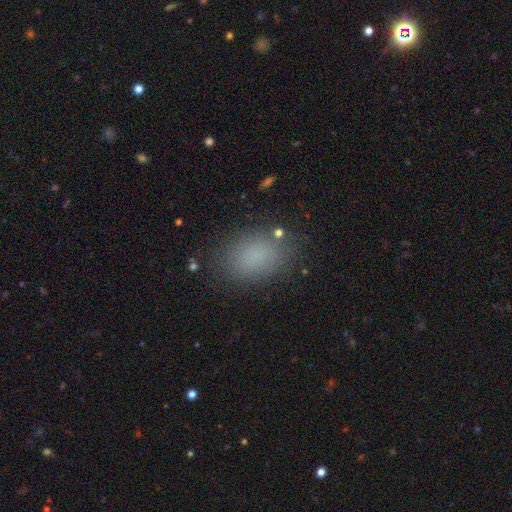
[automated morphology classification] Smooth or featured? Predicted: smooth (p=0.83). How rounded? Predicted: in between (p=0.83). Merging? Predicted: none (p=0.84).